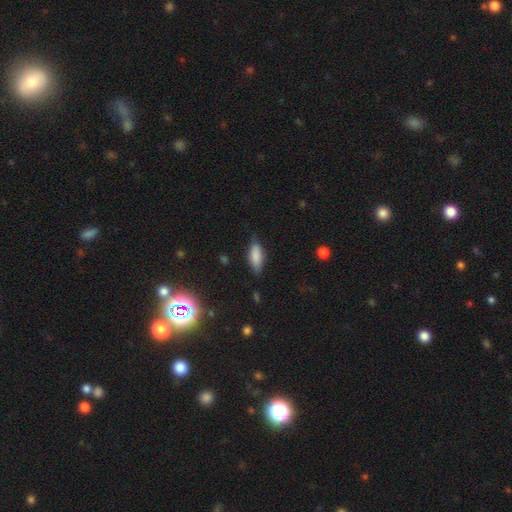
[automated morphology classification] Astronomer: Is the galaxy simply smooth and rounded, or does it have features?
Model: smooth — 81%.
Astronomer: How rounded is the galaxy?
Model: in between — 76%.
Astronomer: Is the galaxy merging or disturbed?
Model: none — 73%.